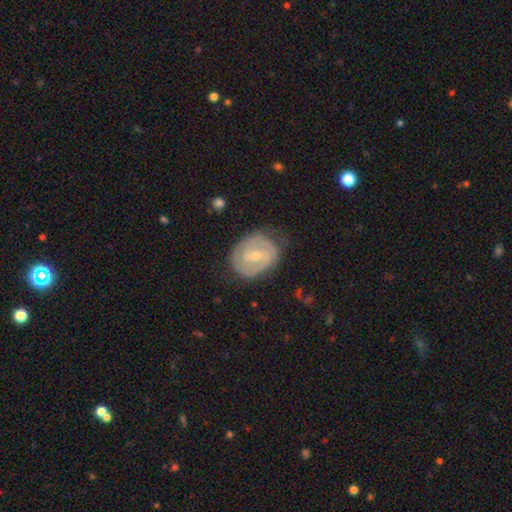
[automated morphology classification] A featured or disk galaxy (74%) with a weak bar (51%), 2 (66%) tight (53%) spiral arms (83%) and a small central bulge (59%). Merging: none (70%).